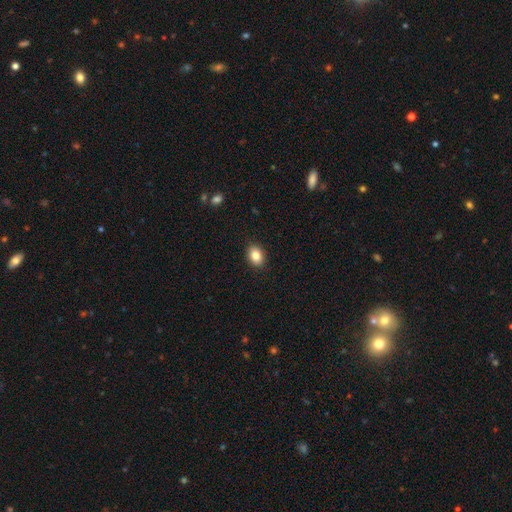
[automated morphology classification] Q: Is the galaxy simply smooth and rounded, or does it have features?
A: smooth — 85%.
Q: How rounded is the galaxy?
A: in between — 73%.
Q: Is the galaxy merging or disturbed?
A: none — 90%.